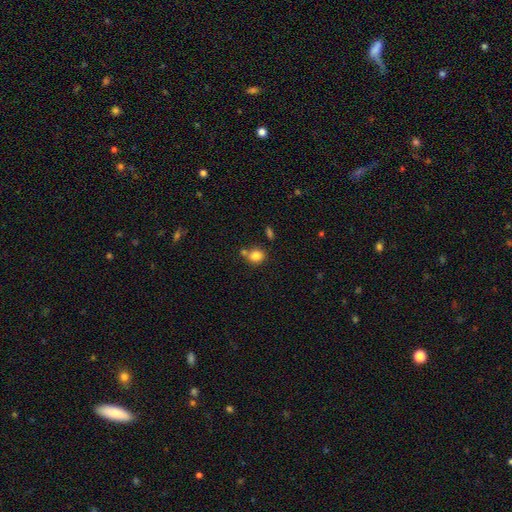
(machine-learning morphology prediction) This is clearly a smooth galaxy (83%). How rounded: likely round (66%). Merging: likely none (60%).